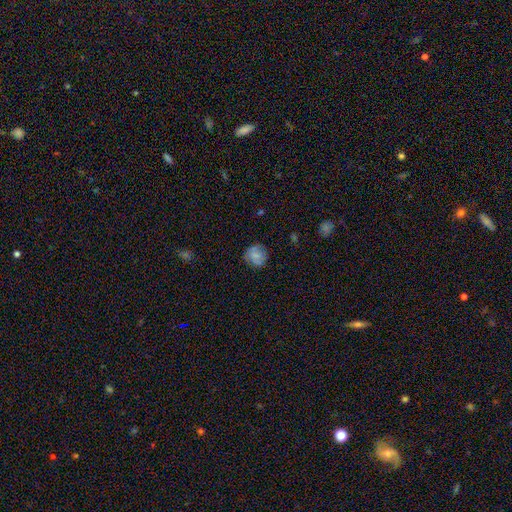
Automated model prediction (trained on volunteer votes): A smooth galaxy with no disk features (72%) that is round (85%).

Vote fractions:
- Smooth or featured? smooth: 72% / featured or disk: 18% / star or artifact: 10%
- How rounded? round: 85% / in between: 14% / cigar-shaped: 1%
- Merging? none: 78% / minor disturbance: 17% / major disturbance: 4% / merger: 1%